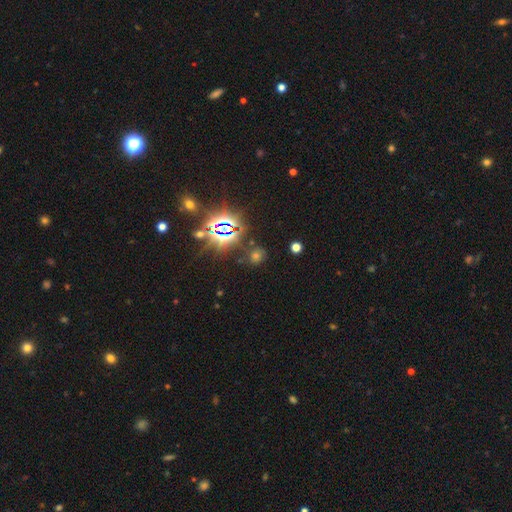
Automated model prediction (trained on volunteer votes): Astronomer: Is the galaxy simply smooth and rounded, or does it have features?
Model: star or artifact — 61%.